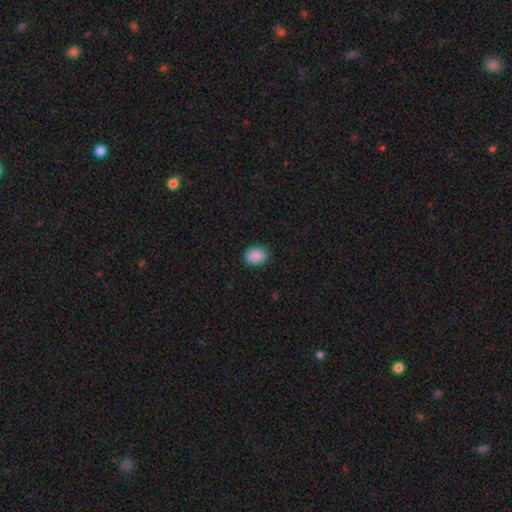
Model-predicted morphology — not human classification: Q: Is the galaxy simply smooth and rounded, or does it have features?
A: smooth — 89%.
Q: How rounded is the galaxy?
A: in between — 62%.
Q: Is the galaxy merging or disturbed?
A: none — 85%.